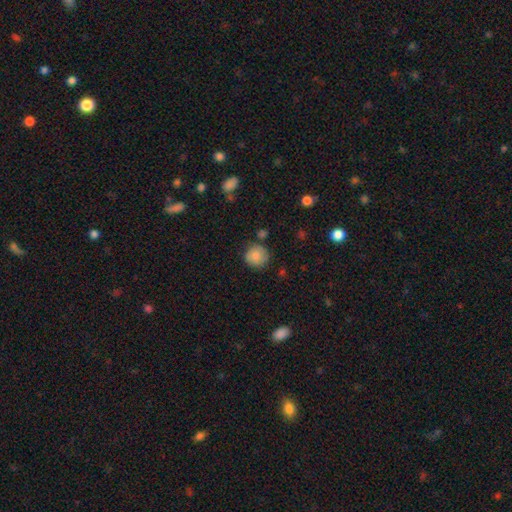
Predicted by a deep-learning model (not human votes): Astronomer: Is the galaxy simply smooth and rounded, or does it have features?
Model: smooth — 84%.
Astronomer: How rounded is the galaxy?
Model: round — 90%.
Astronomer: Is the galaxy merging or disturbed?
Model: none — 78%.